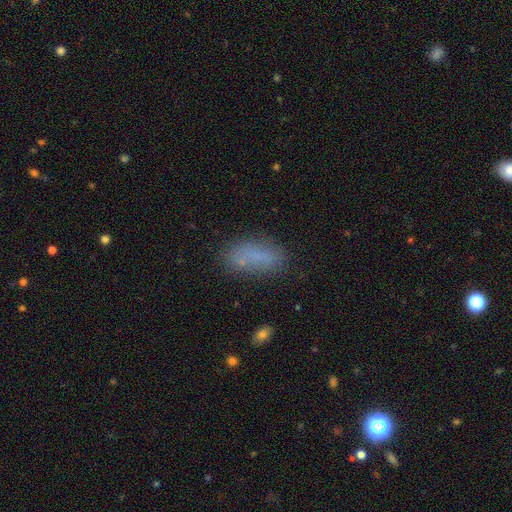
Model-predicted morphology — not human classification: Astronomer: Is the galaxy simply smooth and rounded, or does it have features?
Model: smooth — 73%.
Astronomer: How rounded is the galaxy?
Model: in between — 76%.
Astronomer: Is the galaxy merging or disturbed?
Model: none — 68%.